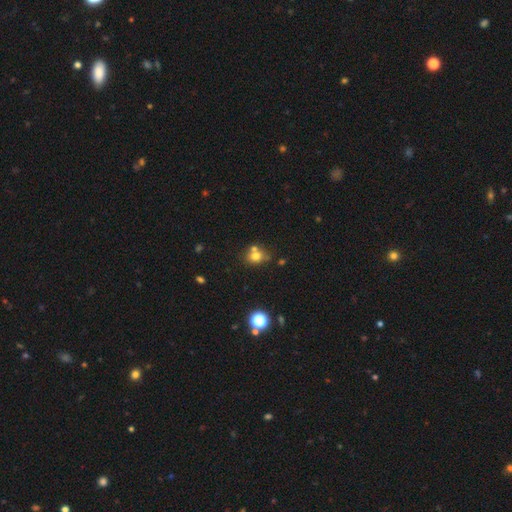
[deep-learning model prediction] The model was most divided on "merging": none: 50%, merger: 34%, minor disturbance: 12%, major disturbance: 4%. More confident: smooth or featured — smooth (72%); how rounded — round (62%).